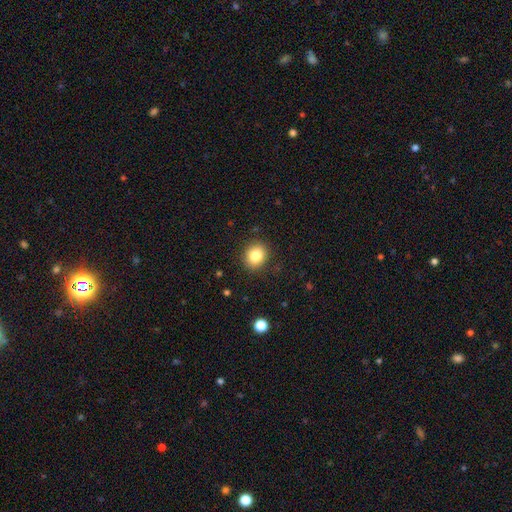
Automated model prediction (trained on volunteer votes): The model was most divided on "how rounded": round: 73%, in between: 26%, cigar-shaped: 1%. More confident: merging — none (89%); smooth or featured — smooth (82%).